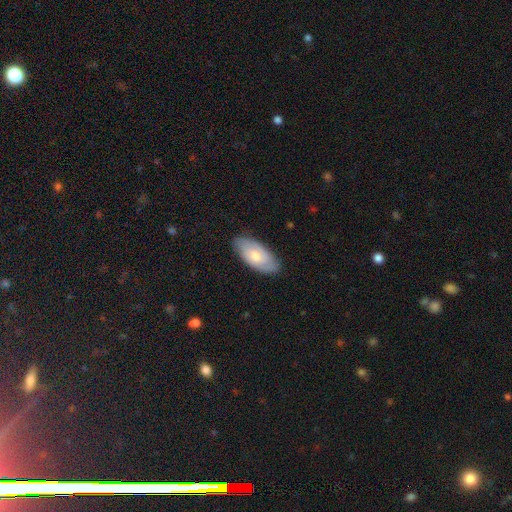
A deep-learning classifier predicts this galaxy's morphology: Smooth or featured: smooth — 53% (featured or disk — 42%)
How rounded: in between — 91% (cigar-shaped — 7%)
Merging: none — 82% (minor disturbance — 15%)